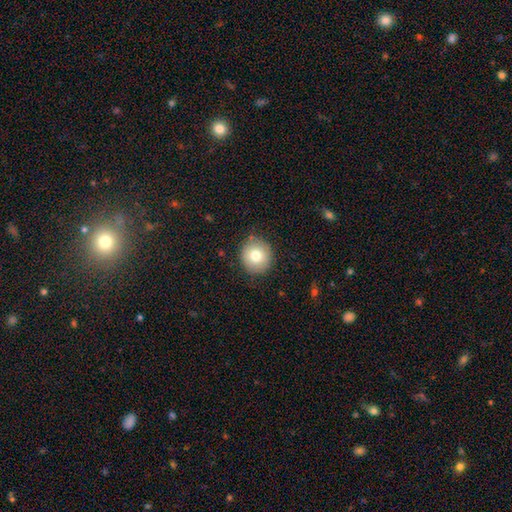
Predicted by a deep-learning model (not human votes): A smooth galaxy with no disk features (77%) that is round (91%). Merging: none (84%).